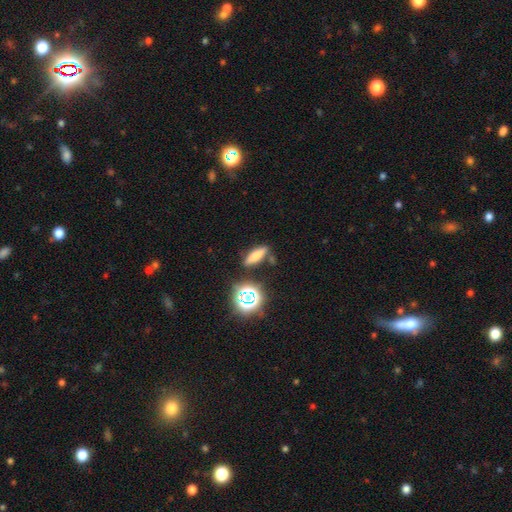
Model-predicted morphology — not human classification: type=smooth (66%); roundness=cigar-shaped (53%); merging=none (80%).